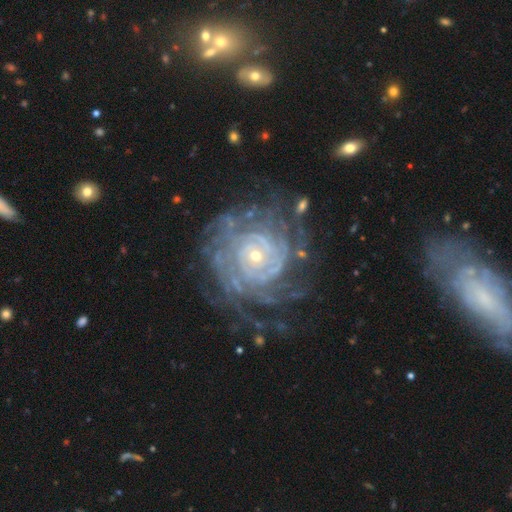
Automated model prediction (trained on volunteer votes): Overall: featured or disk (89%). Edge-on disk: no (97%). Bar: no (74%). Spiral arms: yes (97%). Spiral arm count: can't tell (30%; more than 4 23%). Spiral winding: tight (82%). Bulge size: small (74%). Merging: none (66%).